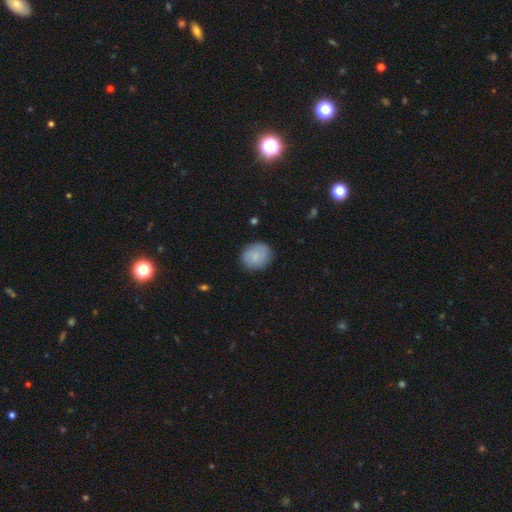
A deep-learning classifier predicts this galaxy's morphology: smooth-or-featured: smooth: 81% | featured or disk: 12% | star or artifact: 7%
  how-rounded: round: 74% | in between: 25% | cigar-shaped: 1%
  merging: none: 82% | minor disturbance: 14% | major disturbance: 3% | merger: 1%